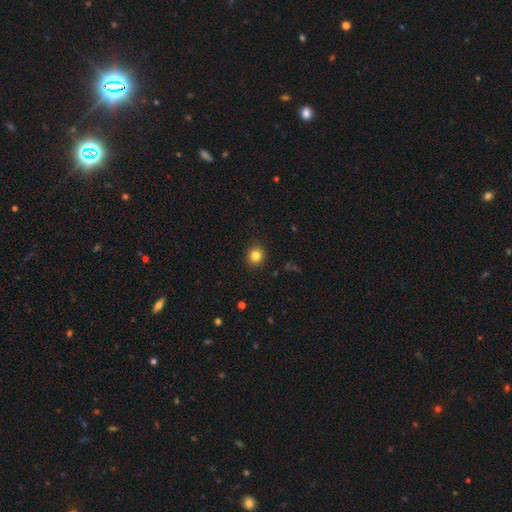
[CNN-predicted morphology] type=smooth (83%); roundness=round (82%); merging=none (90%).